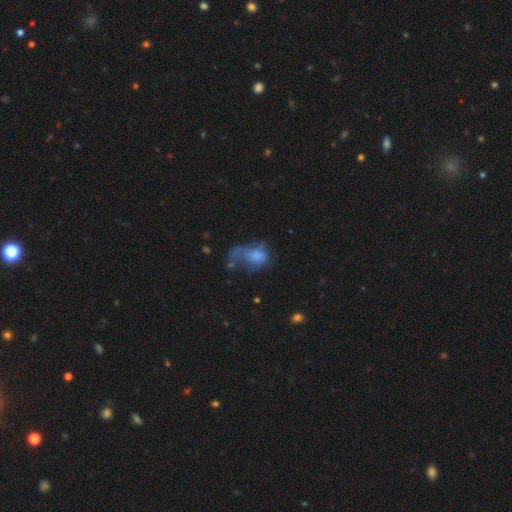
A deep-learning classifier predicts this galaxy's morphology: Smooth or featured?
  - smooth: 56% *
  - featured or disk: 32%
  - star or artifact: 12%
How rounded?
  - in between: 79% *
  - round: 19%
  - cigar-shaped: 2%
Merging?
  - major disturbance: 54% *
  - minor disturbance: 18%
  - none: 18%
  - merger: 11%